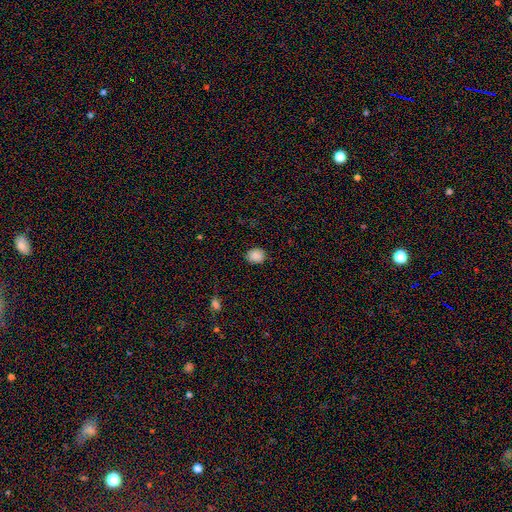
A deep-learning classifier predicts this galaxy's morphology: smooth_or_featured: smooth (p=0.87) [alt: star or artifact p=0.10]
how_rounded: round (p=0.69) [alt: in between p=0.30]
merging: none (p=0.86) [alt: minor disturbance p=0.10]